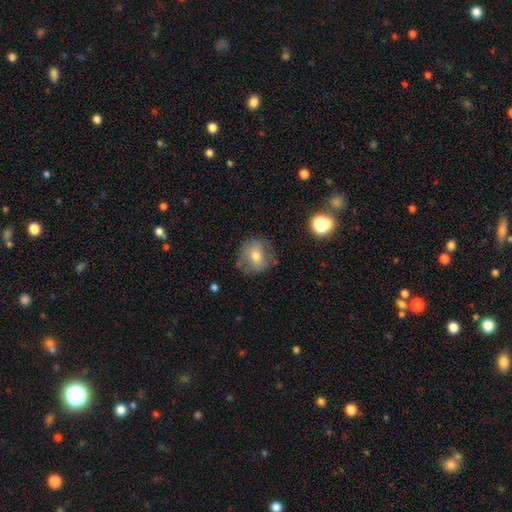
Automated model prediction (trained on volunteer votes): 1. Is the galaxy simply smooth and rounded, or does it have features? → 56% smooth, 34% featured or disk, 9% star or artifact.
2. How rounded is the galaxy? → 81% round, 18% in between, 1% cigar-shaped.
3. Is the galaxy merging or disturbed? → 72% none, 18% minor disturbance, 8% major disturbance, 2% merger.